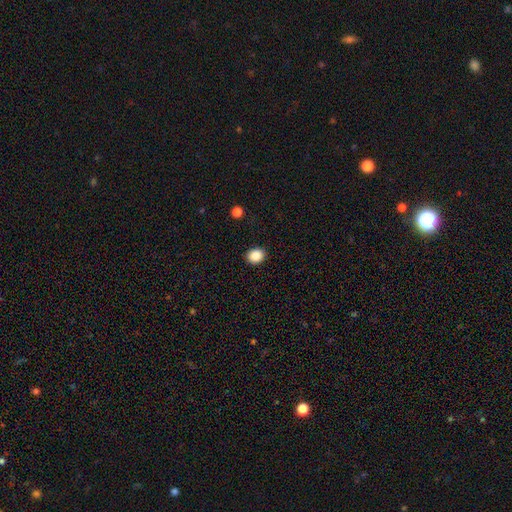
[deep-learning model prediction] A smooth galaxy with no disk features (86%) that is round (64%).

Vote fractions:
- Smooth or featured? smooth: 86% / star or artifact: 10% / featured or disk: 4%
- How rounded? round: 64% / in between: 35% / cigar-shaped: 1%
- Merging? none: 91% / minor disturbance: 6% / major disturbance: 2% / merger: 1%